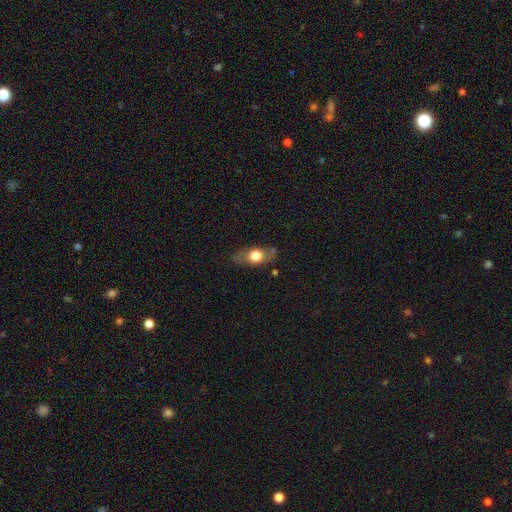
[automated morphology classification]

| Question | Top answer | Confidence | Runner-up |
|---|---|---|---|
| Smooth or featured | smooth | 60% | featured or disk (33%) |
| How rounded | in between | 71% | round (15%) |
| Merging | none | 75% | minor disturbance (17%) |